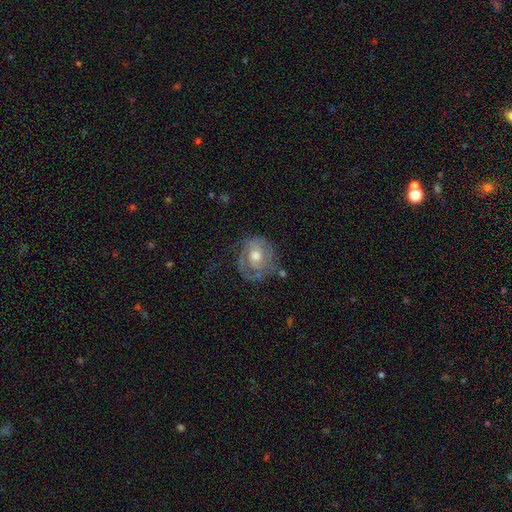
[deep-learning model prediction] This is likely a featured or disk galaxy (67%). It is clearly not viewed edge-on (97%). Bar: likely no (75%). Spiral arm pattern: likely yes (72%). Central bulge: likely moderate (70%). Merging: possibly none (56%).